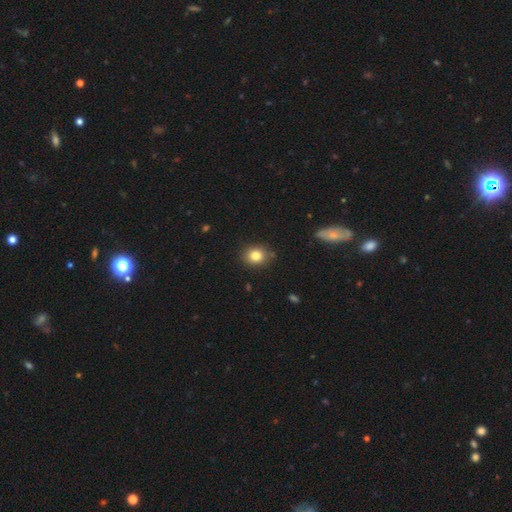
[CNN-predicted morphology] This appears to be a smooth galaxy with no disk features (81%) that is round (67%). Merging: none (85%).